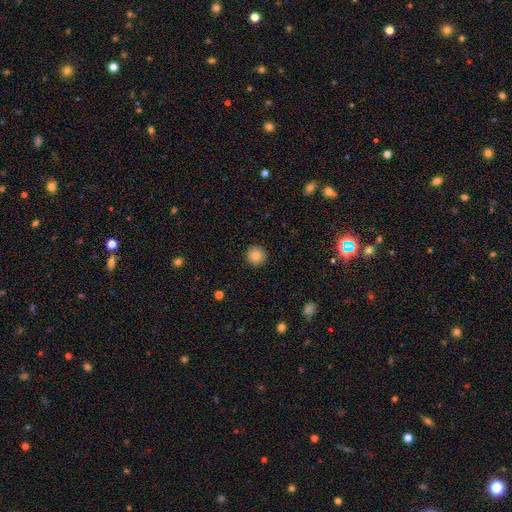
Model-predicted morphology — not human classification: Smooth or featured: smooth — 84% (star or artifact — 9%)
How rounded: round — 96% (in between — 3%)
Merging: none — 93% (minor disturbance — 5%)